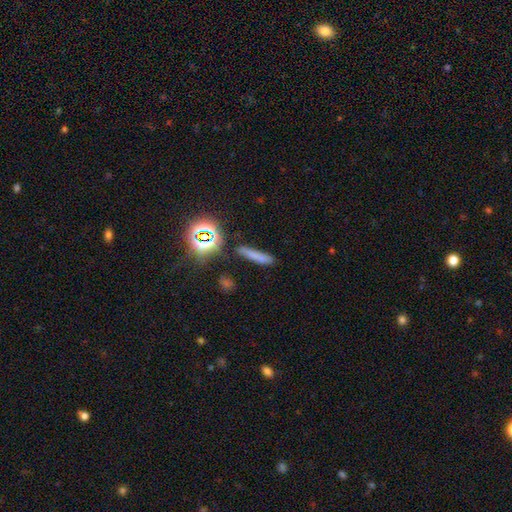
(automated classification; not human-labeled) Q: Smooth or featured?
A: smooth (67%); runner-up: star or artifact (20%)
Q: How rounded?
A: cigar-shaped (86%); runner-up: in between (9%)
Q: Merging?
A: none (81%); runner-up: minor disturbance (11%)